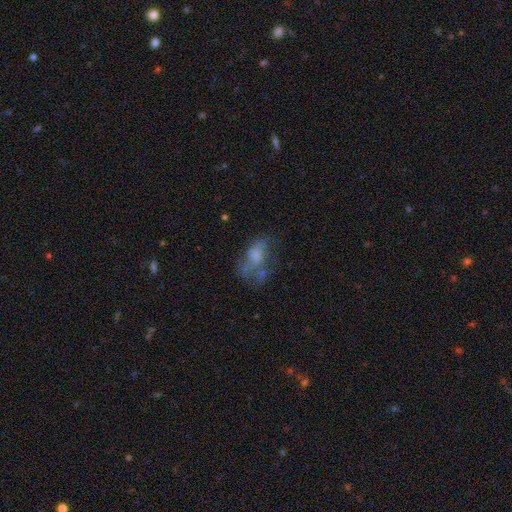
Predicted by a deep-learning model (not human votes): A smooth galaxy with no disk features (46%).

Vote fractions:
- Smooth or featured? smooth: 46% / featured or disk: 39% / star or artifact: 14%
- Merging? major disturbance: 35% / none: 33% / minor disturbance: 21% / merger: 10%